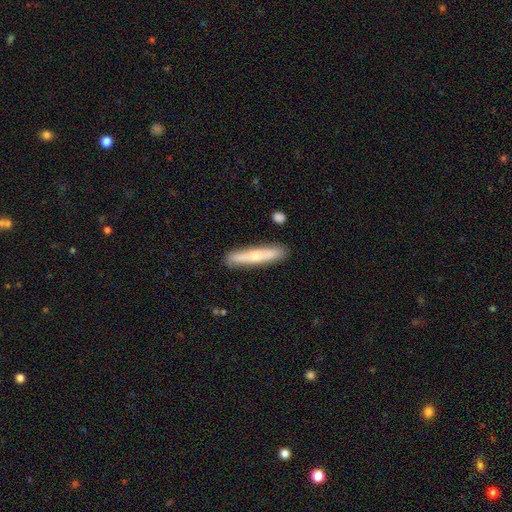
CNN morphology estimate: This is possibly a smooth galaxy (56%). How rounded: clearly cigar-shaped (91%). Merging: clearly none (87%).